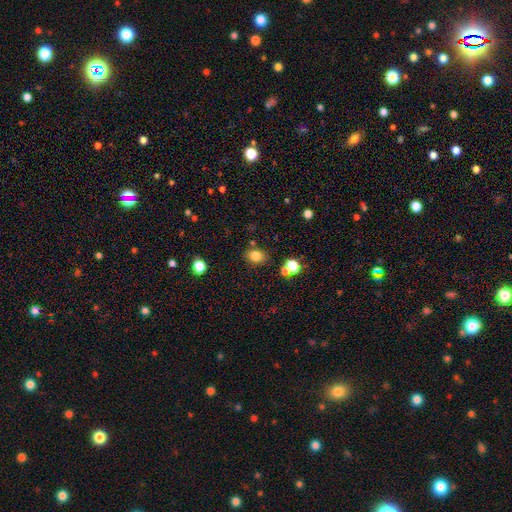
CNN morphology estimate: Overall: smooth (80%). How rounded: in between (59%; round 40%). Merging: none (78%).